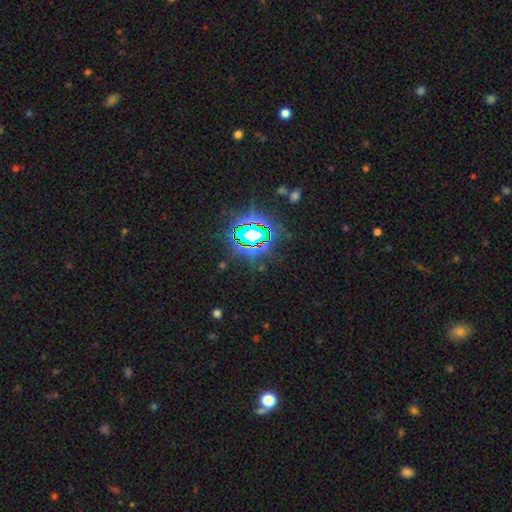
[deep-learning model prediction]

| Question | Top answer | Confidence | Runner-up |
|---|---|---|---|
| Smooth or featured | star or artifact | 82% | smooth (10%) |